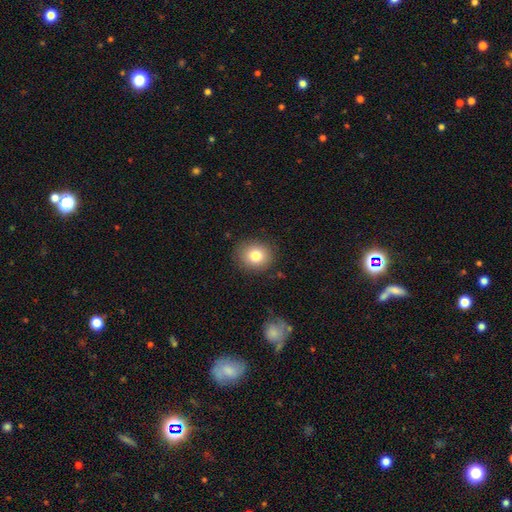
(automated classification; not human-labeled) Overall: smooth (80%). How rounded: round (75%). Merging: none (87%).